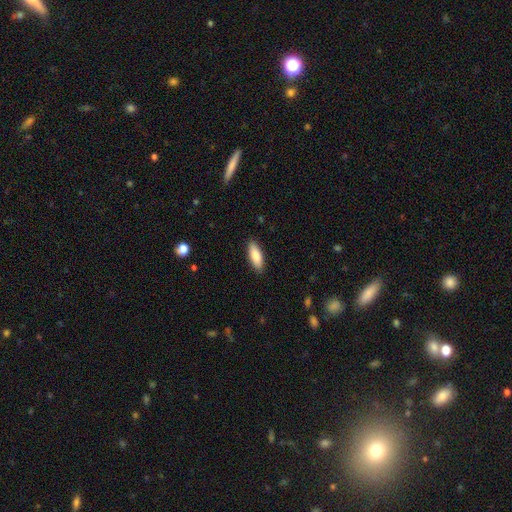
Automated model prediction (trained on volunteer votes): Smooth or featured: smooth — 84% (featured or disk — 11%)
How rounded: in between — 68% (cigar-shaped — 30%)
Merging: none — 89% (minor disturbance — 8%)